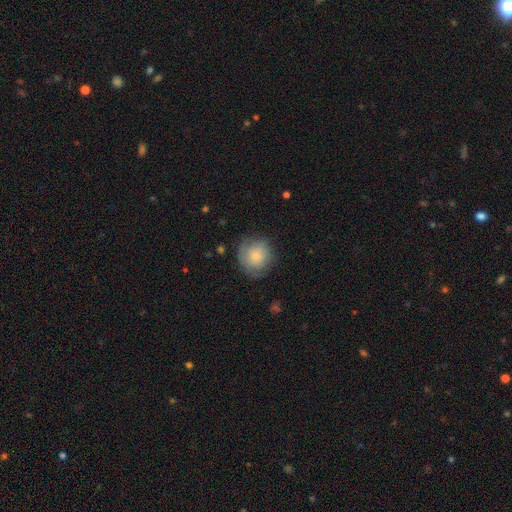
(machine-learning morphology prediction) smooth-or-featured: smooth: 73% | featured or disk: 19% | star or artifact: 7%
  how-rounded: round: 89% | in between: 10% | cigar-shaped: 1%
  merging: none: 73% | minor disturbance: 19% | major disturbance: 7% | merger: 1%